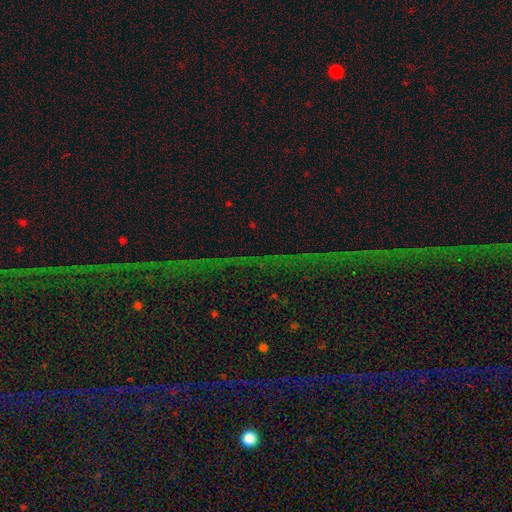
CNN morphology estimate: The model was most divided on "smooth or featured": star or artifact: 73%, featured or disk: 14%, smooth: 12%.